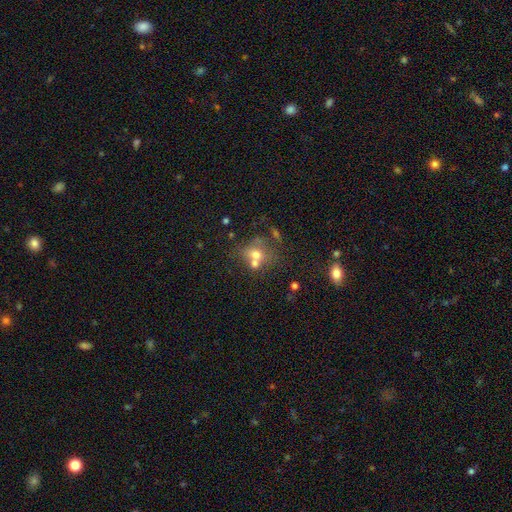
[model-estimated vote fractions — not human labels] A smooth galaxy with no disk features (61%) that is round (68%).

Vote fractions:
- Smooth or featured? smooth: 61% / featured or disk: 22% / star or artifact: 16%
- How rounded? round: 68% / in between: 31% / cigar-shaped: 1%
- Merging? merger: 44% / none: 38% / minor disturbance: 11% / major disturbance: 7%